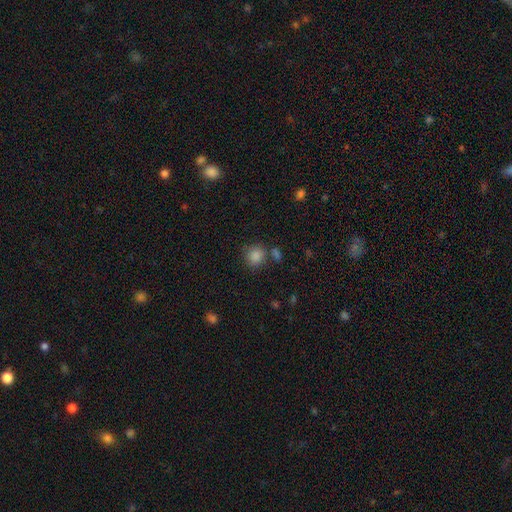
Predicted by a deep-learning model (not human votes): Smooth or featured? Predicted: smooth (p=0.85). How rounded? Predicted: round (p=0.81). Merging? Predicted: none (p=0.71).